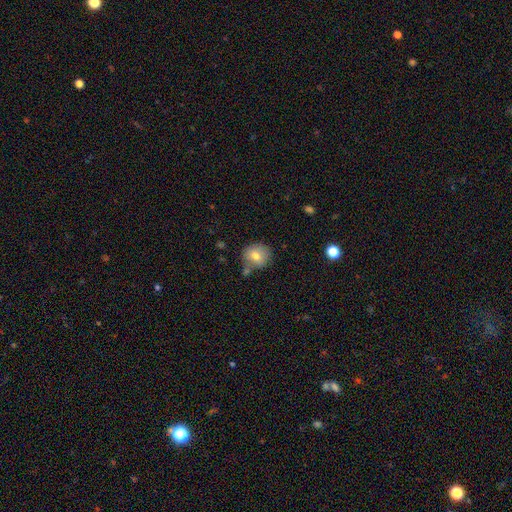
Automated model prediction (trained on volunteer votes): Morphology: type=smooth (75%); roundness=round (84%); merging=none (66%).